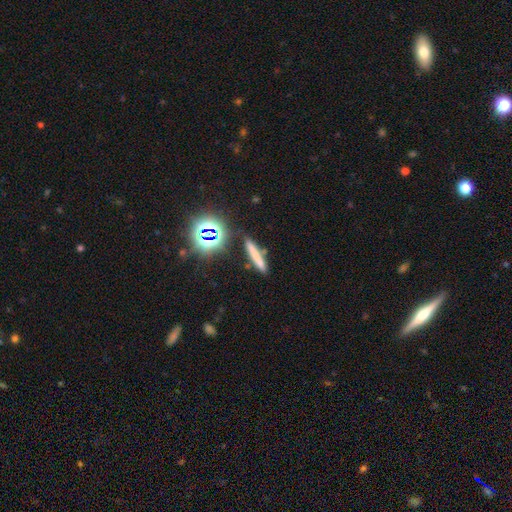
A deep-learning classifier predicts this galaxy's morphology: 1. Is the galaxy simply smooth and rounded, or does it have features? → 65% smooth, 18% featured or disk, 17% star or artifact.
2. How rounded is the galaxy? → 91% cigar-shaped, 5% in between, 3% round.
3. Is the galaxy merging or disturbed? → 82% none, 10% minor disturbance, 5% merger, 3% major disturbance.